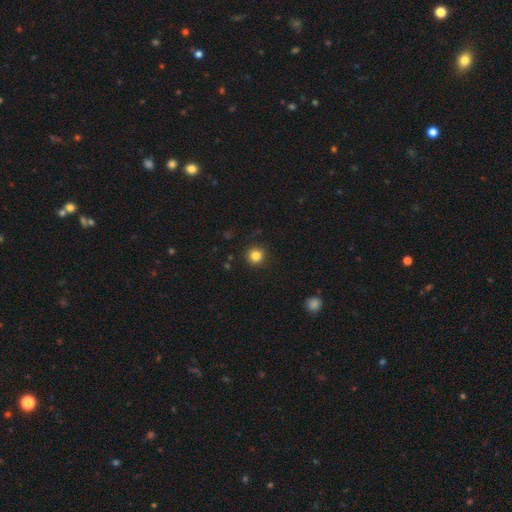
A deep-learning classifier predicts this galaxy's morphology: Smooth or featured?
  - smooth: 83% *
  - star or artifact: 11%
  - featured or disk: 5%
How rounded?
  - round: 95% *
  - in between: 4%
  - cigar-shaped: 1%
Merging?
  - none: 92% *
  - minor disturbance: 5%
  - major disturbance: 2%
  - merger: 1%